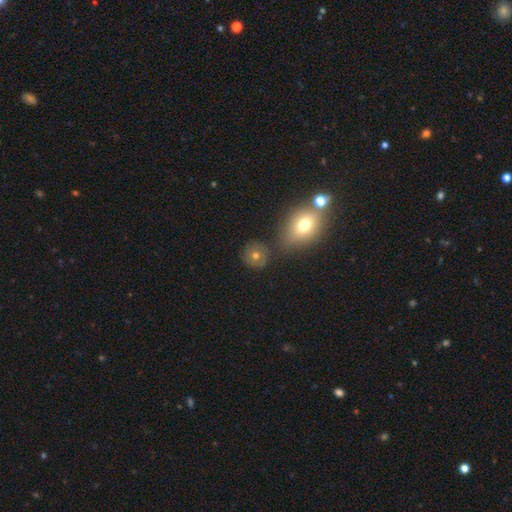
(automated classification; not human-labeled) The model was most divided on "smooth or featured": smooth: 68%, featured or disk: 18%, star or artifact: 14%. More confident: how rounded — round (86%); merging — none (73%).